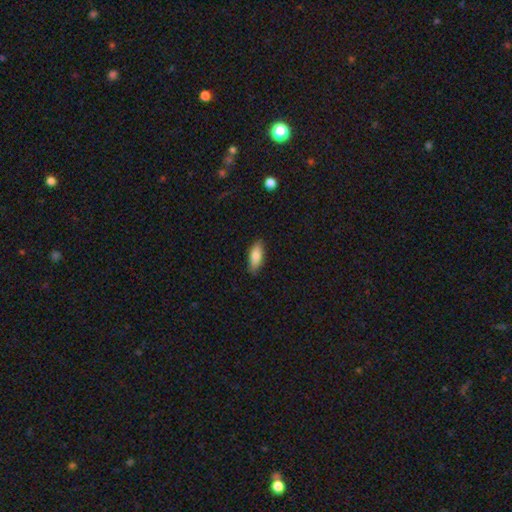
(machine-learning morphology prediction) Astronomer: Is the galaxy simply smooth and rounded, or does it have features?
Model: smooth — 82%.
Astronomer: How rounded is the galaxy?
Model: in between — 76%.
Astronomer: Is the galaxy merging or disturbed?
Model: none — 84%.